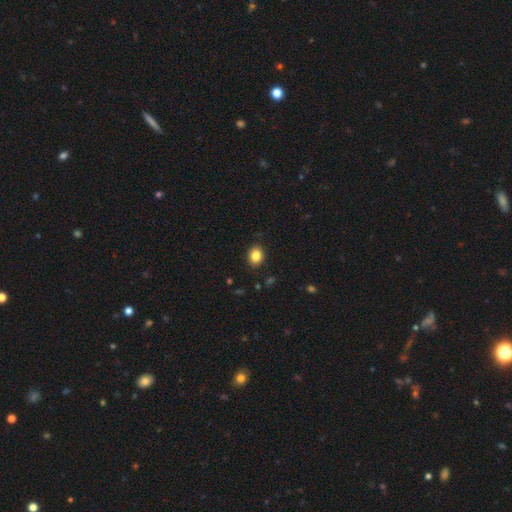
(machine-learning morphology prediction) Smooth or featured? Predicted: smooth (p=0.85). How rounded? Predicted: in between (p=0.53). Merging? Predicted: none (p=0.88).